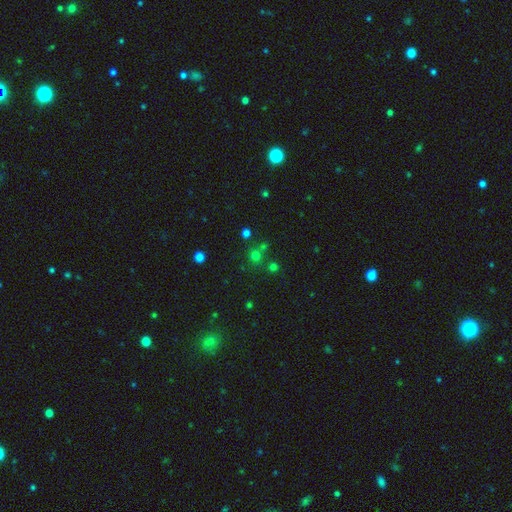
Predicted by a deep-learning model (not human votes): Morphology: type=smooth (61%); roundness=round (90%); merging=none (70%).